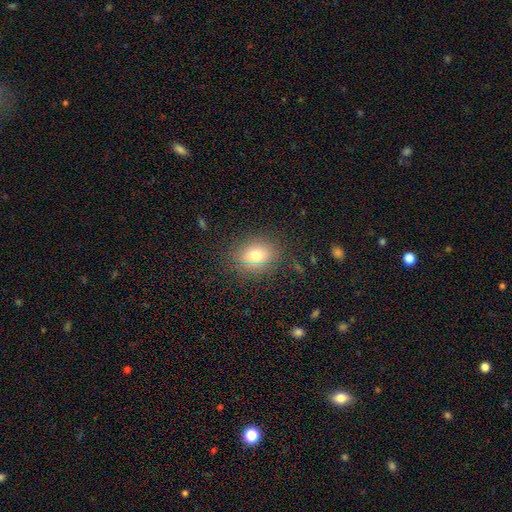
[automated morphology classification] A smooth galaxy with no disk features (75%) that is round (49%, tied with in between).

Vote fractions:
- Smooth or featured? smooth: 75% / star or artifact: 14% / featured or disk: 11%
- How rounded? round: 49% (tied) / in between: 49% (tied) / cigar-shaped: 2%
- Merging? none: 84% / minor disturbance: 11% / major disturbance: 4% / merger: 1%